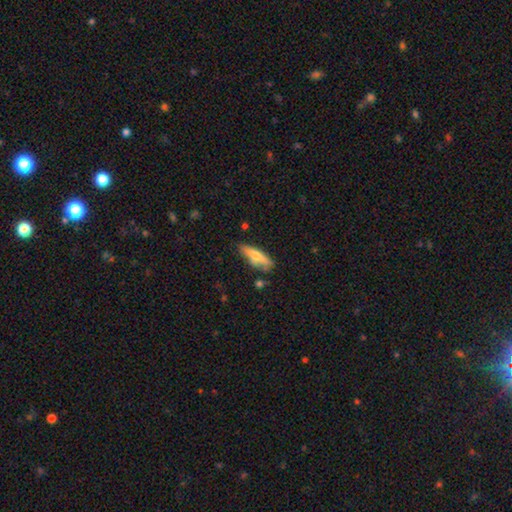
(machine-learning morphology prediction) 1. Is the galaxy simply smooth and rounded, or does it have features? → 65% smooth, 29% featured or disk, 6% star or artifact.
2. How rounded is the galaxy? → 59% cigar-shaped, 39% in between, 2% round.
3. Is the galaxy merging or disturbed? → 69% none, 21% minor disturbance, 5% major disturbance, 5% merger.